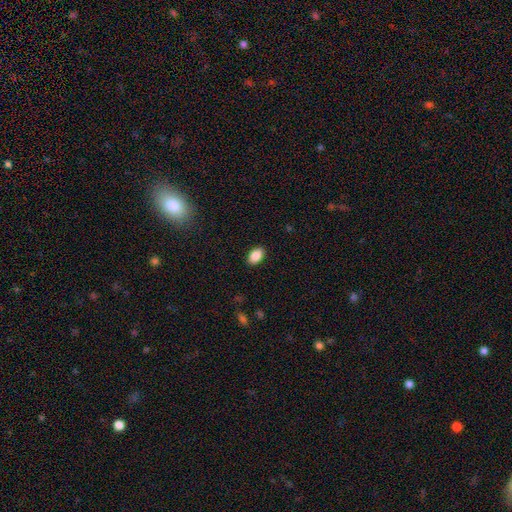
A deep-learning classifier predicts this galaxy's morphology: Q: Smooth or featured?
A: smooth (88%); runner-up: star or artifact (8%)
Q: How rounded?
A: in between (89%); runner-up: round (9%)
Q: Merging?
A: none (89%); runner-up: minor disturbance (8%)